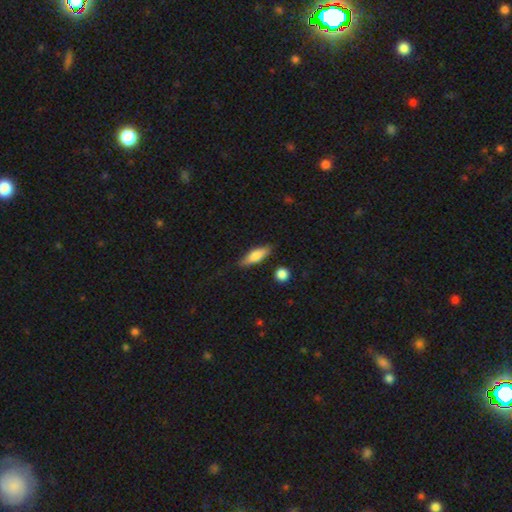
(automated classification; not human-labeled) Smooth or featured? smooth (72%)
How rounded? in between (53%)
Merging? none (80%)